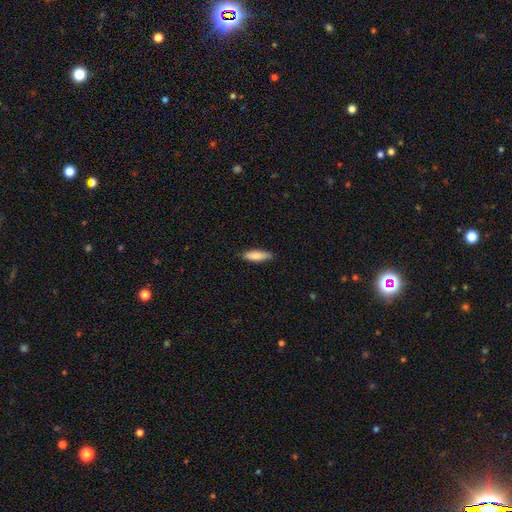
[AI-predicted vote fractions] Smooth or featured?
  - smooth: 84% *
  - featured or disk: 10%
  - star or artifact: 6%
How rounded?
  - cigar-shaped: 54% *
  - in between: 45%
  - round: 2%
Merging?
  - none: 83% *
  - minor disturbance: 14%
  - major disturbance: 2%
  - merger: 1%